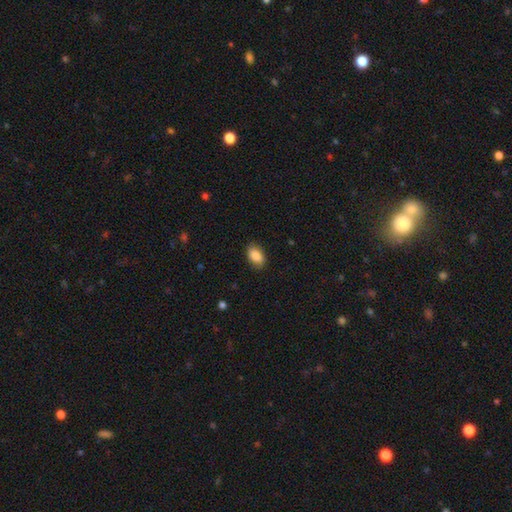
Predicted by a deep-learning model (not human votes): A smooth galaxy with no disk features (88%) that is in between round and cigar-shaped (91%). Merging: none (86%).